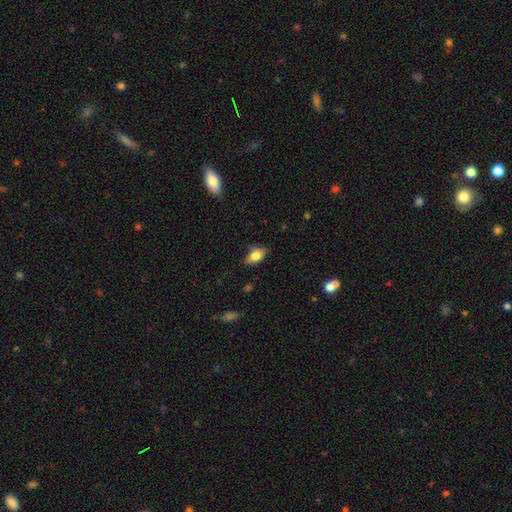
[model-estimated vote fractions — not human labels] Smooth or featured?
  - smooth: 79% *
  - featured or disk: 13%
  - star or artifact: 8%
How rounded?
  - in between: 86% *
  - round: 9%
  - cigar-shaped: 5%
Merging?
  - none: 72% *
  - minor disturbance: 22%
  - major disturbance: 4%
  - merger: 2%